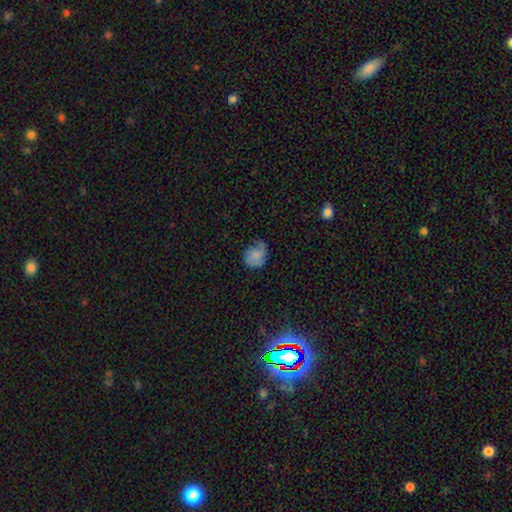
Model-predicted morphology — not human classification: A smooth galaxy with no disk features (58%) that is round (52%). Merging: none (54%).